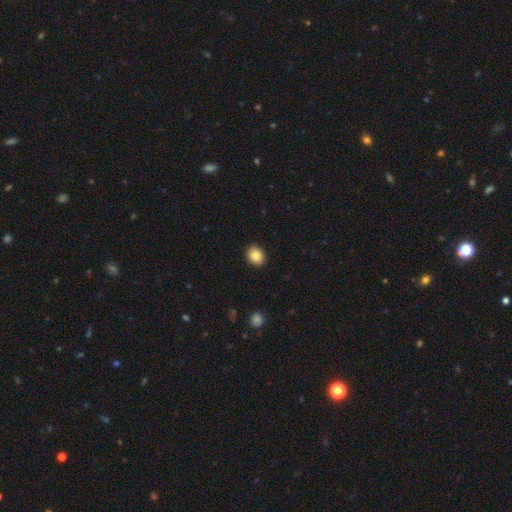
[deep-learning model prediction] The model was most divided on "how rounded": round: 54%, in between: 45%, cigar-shaped: 1%. More confident: merging — none (91%); smooth or featured — smooth (86%).